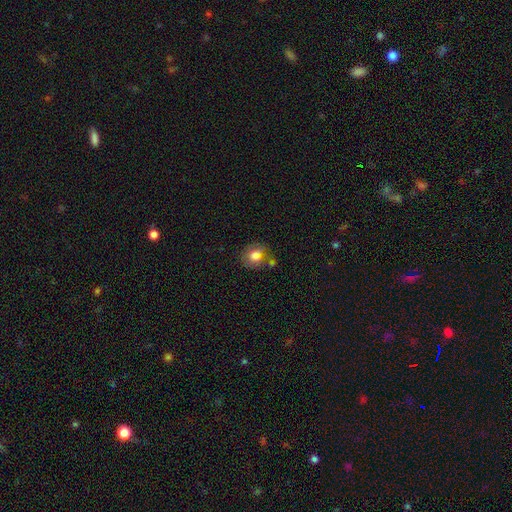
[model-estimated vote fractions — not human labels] Smooth or featured? smooth (76%)
How rounded? round (59%)
Merging? none (58%)